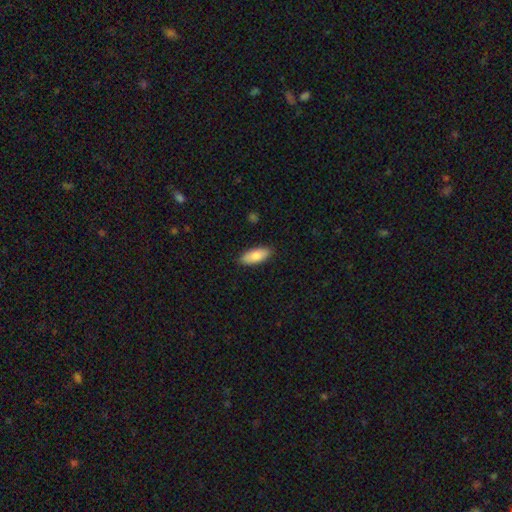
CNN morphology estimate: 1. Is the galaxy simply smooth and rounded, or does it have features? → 82% smooth, 13% featured or disk, 6% star or artifact.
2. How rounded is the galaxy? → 82% in between, 16% cigar-shaped, 2% round.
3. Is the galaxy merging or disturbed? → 88% none, 9% minor disturbance, 2% major disturbance, 1% merger.